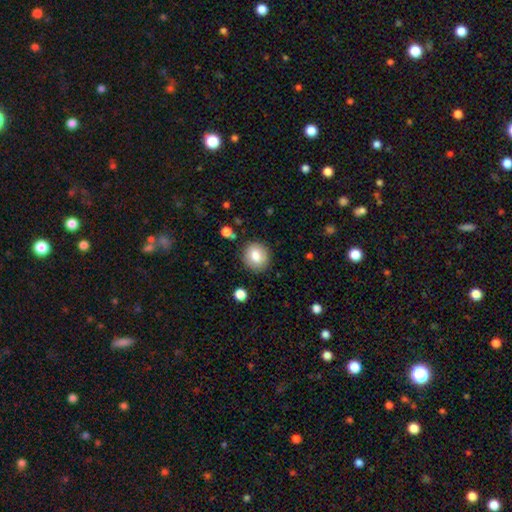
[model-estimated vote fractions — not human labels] Morphology: type=smooth (81%); roundness=round (80%); merging=none (86%).